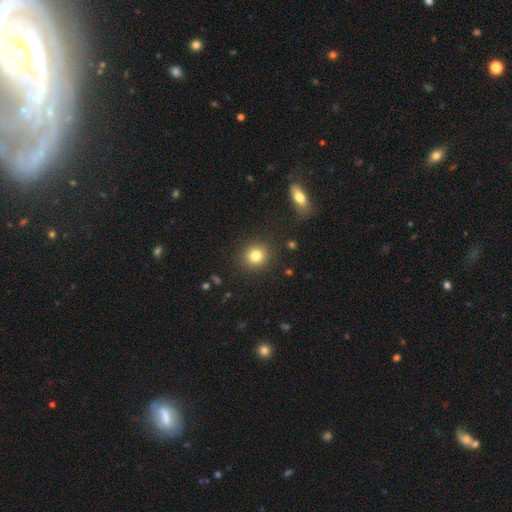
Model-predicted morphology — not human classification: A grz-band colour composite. It shows a smooth galaxy with no disk features (81%) that is round (89%). Merging: none (90%).